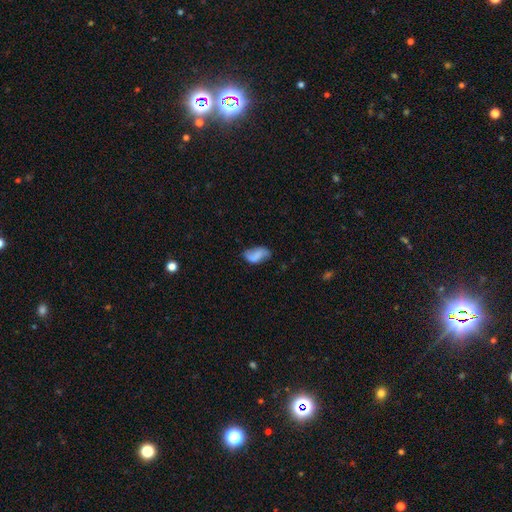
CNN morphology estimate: type=smooth (55%); roundness=in between (91%); merging=none (58%).